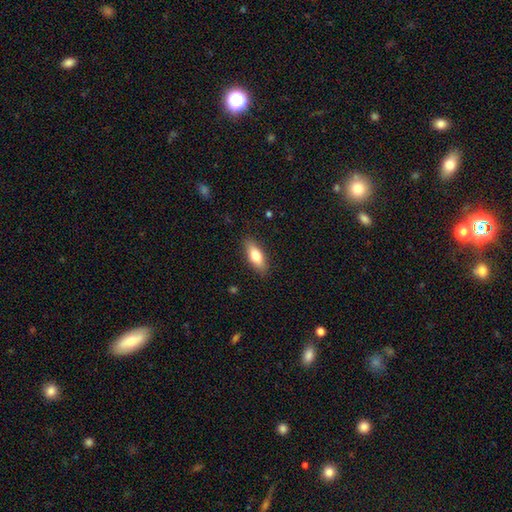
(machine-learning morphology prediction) A smooth galaxy with no disk features (76%) that is in between round and cigar-shaped (72%). Merging: none (86%).